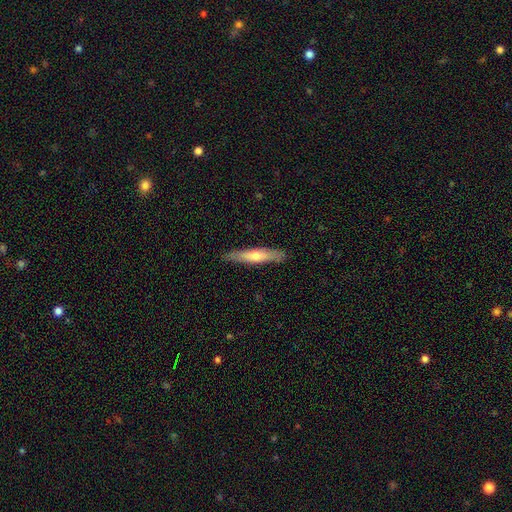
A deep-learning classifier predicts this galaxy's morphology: This is possibly a featured or disk galaxy (47%, tied with smooth). Merging: clearly none (88%).